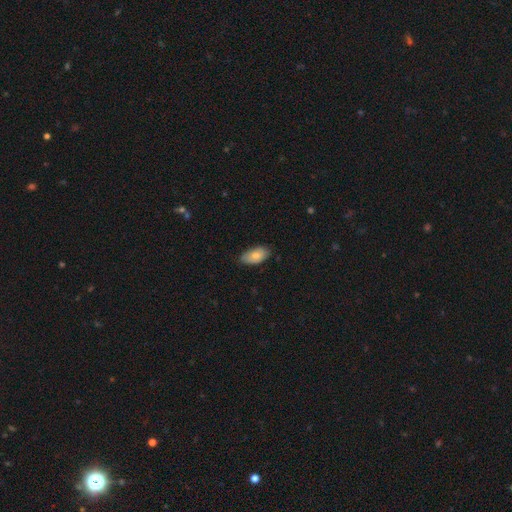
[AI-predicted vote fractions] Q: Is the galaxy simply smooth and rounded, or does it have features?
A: smooth — 76%.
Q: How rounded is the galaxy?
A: in between — 94%.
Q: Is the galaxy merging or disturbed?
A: none — 80%.